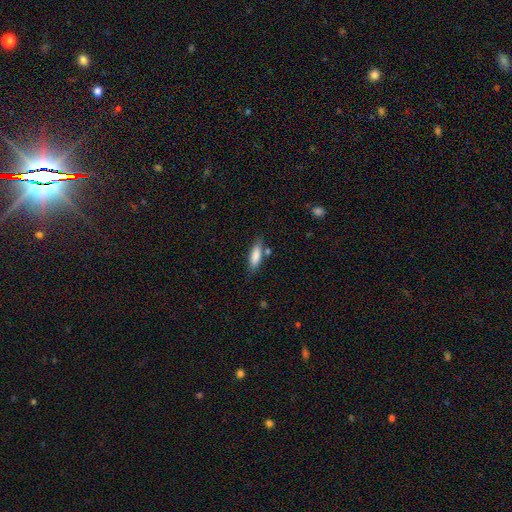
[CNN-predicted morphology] type=smooth (82%); roundness=in between (54%); merging=none (72%).